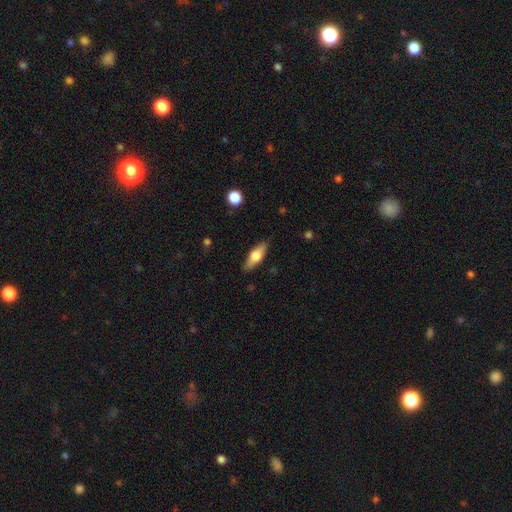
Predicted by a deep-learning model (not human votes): Smooth or featured?
  - smooth: 56% *
  - featured or disk: 38%
  - star or artifact: 6%
How rounded?
  - in between: 56% *
  - cigar-shaped: 41%
  - round: 3%
Merging?
  - none: 87% *
  - minor disturbance: 10%
  - major disturbance: 2%
  - merger: 1%